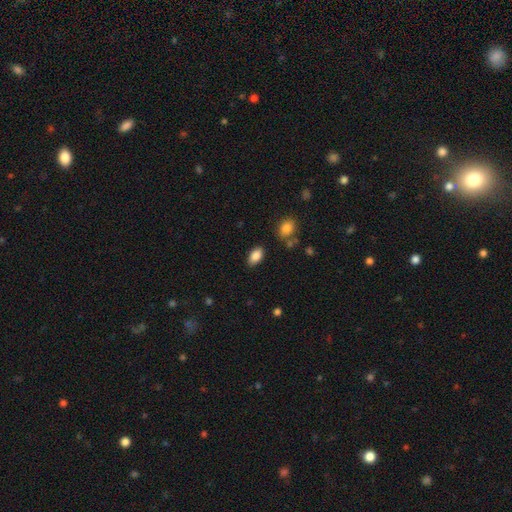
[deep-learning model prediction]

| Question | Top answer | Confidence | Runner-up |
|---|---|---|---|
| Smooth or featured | smooth | 86% | star or artifact (8%) |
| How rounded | in between | 92% | round (5%) |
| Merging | none | 84% | minor disturbance (10%) |